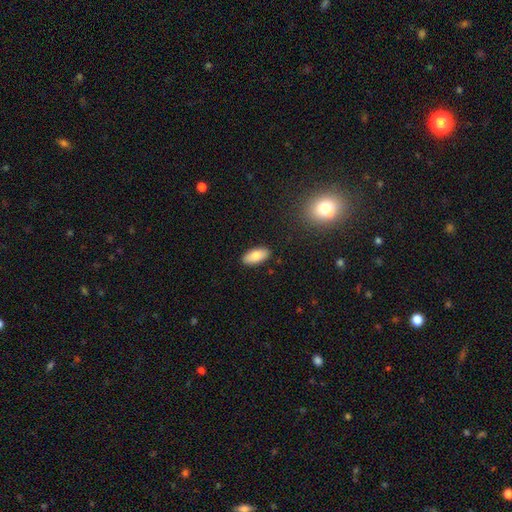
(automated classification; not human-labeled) Morphology: type=smooth (83%); roundness=in between (88%); merging=none (89%).